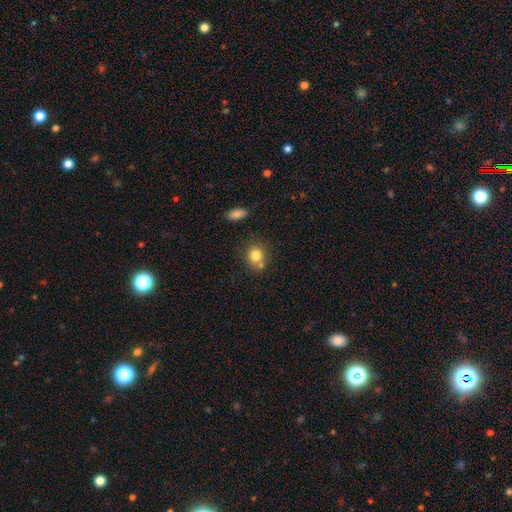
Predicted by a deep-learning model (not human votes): Smooth or featured? smooth (80%)
How rounded? round (79%)
Merging? none (63%)